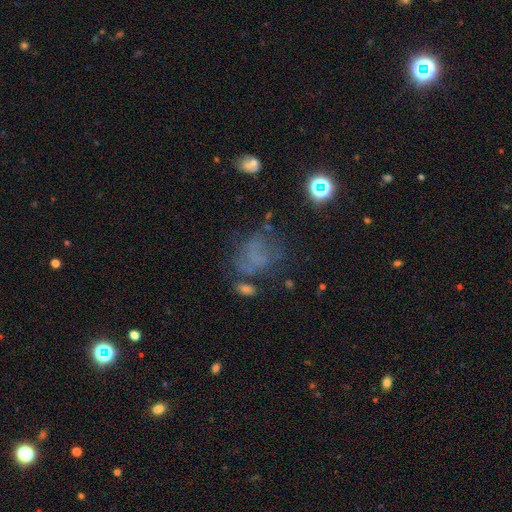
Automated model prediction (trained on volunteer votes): smooth 37%, featured or disk 34%, star or artifact 29%. Down the decision tree: merging — none (45%).